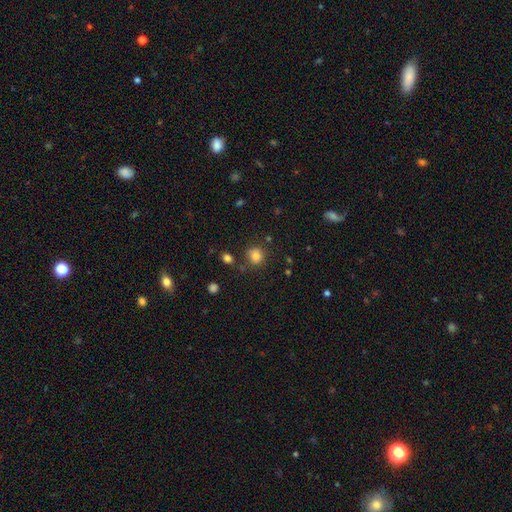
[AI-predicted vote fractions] Morphology: type=smooth (82%); roundness=round (83%); merging=none (77%).